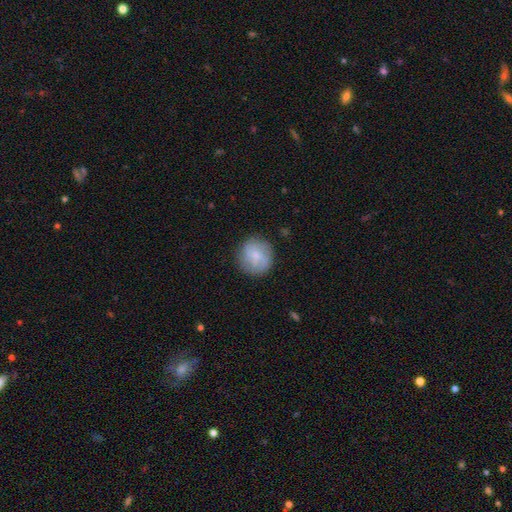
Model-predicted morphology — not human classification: smooth_or_featured: smooth (p=0.61) [alt: featured or disk p=0.31]
how_rounded: round (p=0.91) [alt: in between p=0.08]
merging: none (p=0.80) [alt: minor disturbance p=0.14]